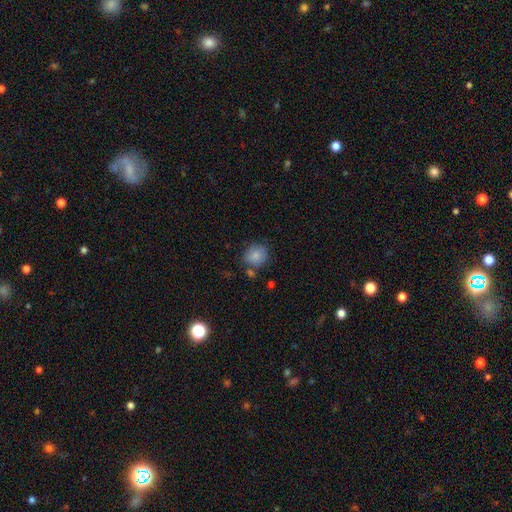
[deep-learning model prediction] Q: Smooth or featured?
A: smooth (84%); runner-up: star or artifact (8%)
Q: How rounded?
A: round (79%); runner-up: in between (20%)
Q: Merging?
A: none (72%); runner-up: minor disturbance (16%)